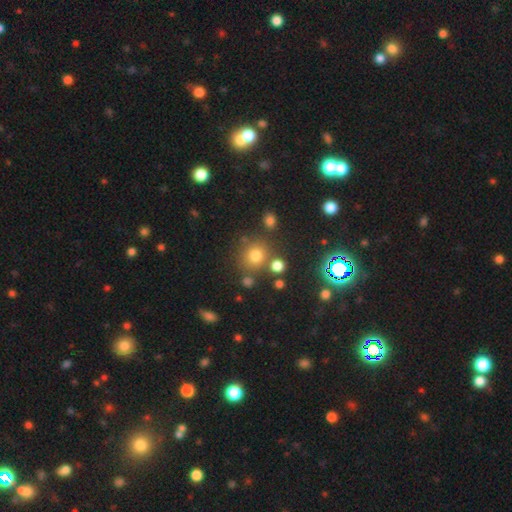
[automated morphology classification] type=smooth (71%); roundness=round (86%); merging=none (75%).